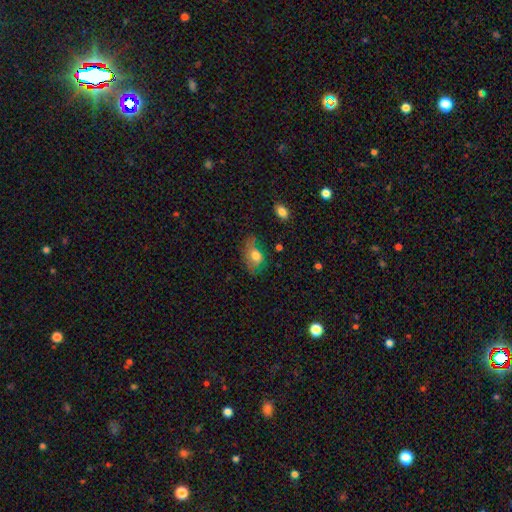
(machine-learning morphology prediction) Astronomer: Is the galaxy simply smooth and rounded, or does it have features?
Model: smooth — 68%.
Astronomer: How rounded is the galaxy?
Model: in between — 82%.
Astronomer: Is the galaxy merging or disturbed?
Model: none — 43% (runner-up: minor disturbance, 33%).